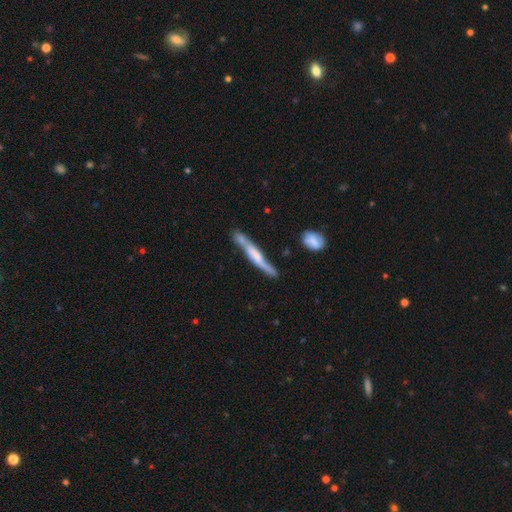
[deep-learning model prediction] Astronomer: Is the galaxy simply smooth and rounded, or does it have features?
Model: featured or disk — 57% (runner-up: smooth, 37%).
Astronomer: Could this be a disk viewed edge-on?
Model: yes — 82%.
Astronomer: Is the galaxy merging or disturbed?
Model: none — 55%.